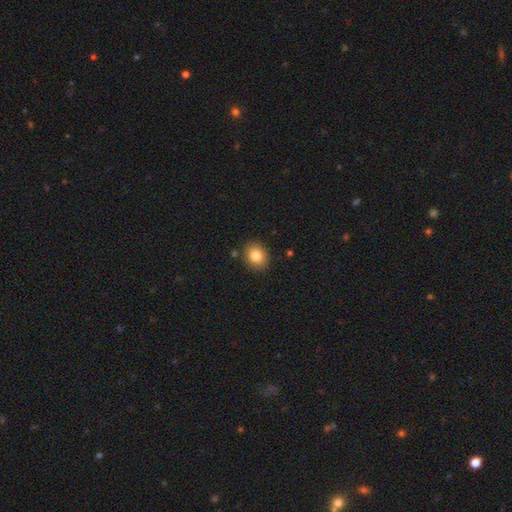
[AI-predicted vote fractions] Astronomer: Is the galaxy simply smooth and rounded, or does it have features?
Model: smooth — 80%.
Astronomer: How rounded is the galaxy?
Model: round — 55% (runner-up: in between, 44%).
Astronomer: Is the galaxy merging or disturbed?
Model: none — 87%.